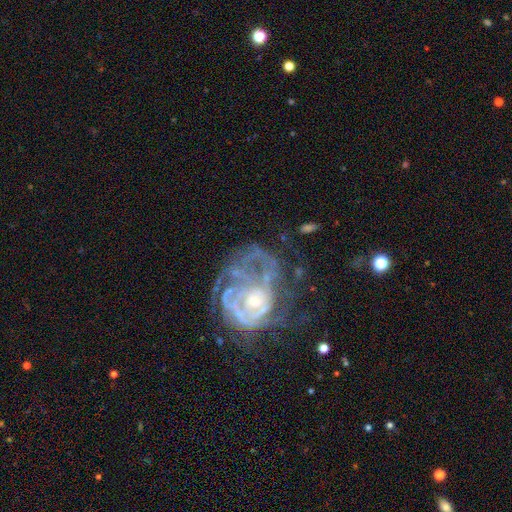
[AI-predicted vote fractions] This appears to be a featured or disk galaxy (77%) with no bar (81%), spiral arms (66%) and a small central bulge (49%). Merging: major disturbance (41%).